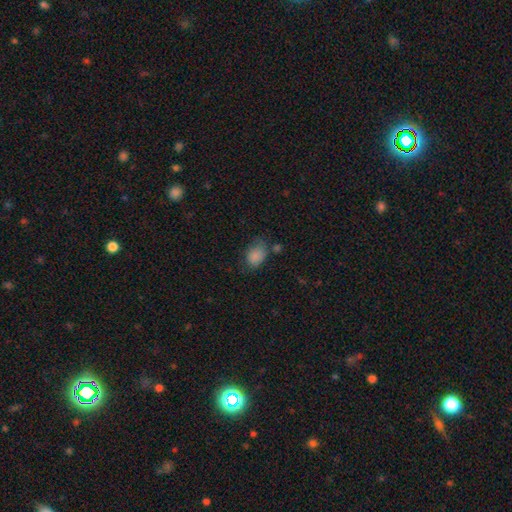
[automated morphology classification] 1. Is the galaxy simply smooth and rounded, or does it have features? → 84% smooth, 9% star or artifact, 6% featured or disk.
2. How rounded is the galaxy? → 73% in between, 26% round, 1% cigar-shaped.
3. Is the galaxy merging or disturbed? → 52% none, 30% minor disturbance, 11% major disturbance, 6% merger.